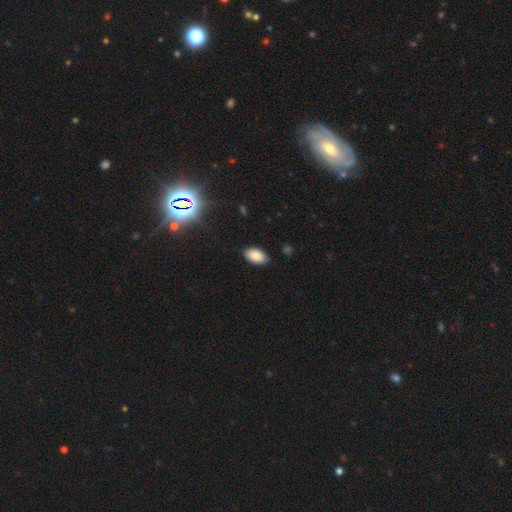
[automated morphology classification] This is clearly a smooth galaxy (86%). How rounded: clearly in between (94%). Merging: clearly none (87%).